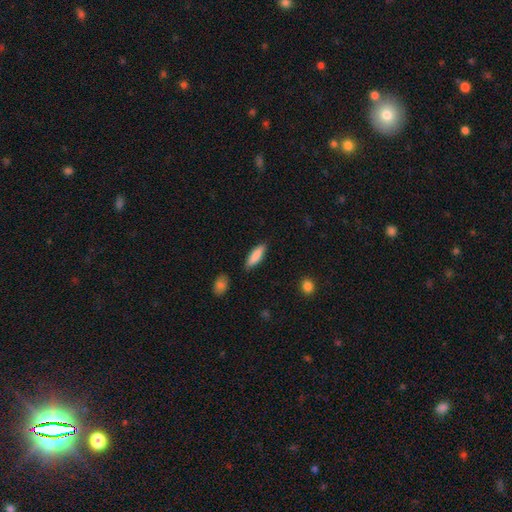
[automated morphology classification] Smooth or featured: smooth — 85% (featured or disk — 9%)
How rounded: cigar-shaped — 58% (in between — 41%)
Merging: none — 87% (minor disturbance — 9%)